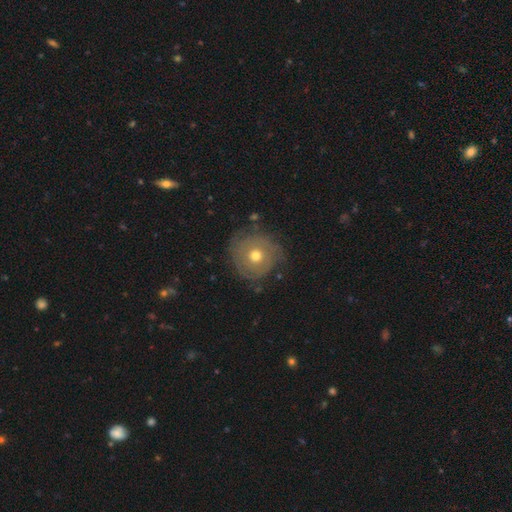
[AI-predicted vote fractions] This appears to be a featured or disk galaxy (51%). Merging: none (71%).